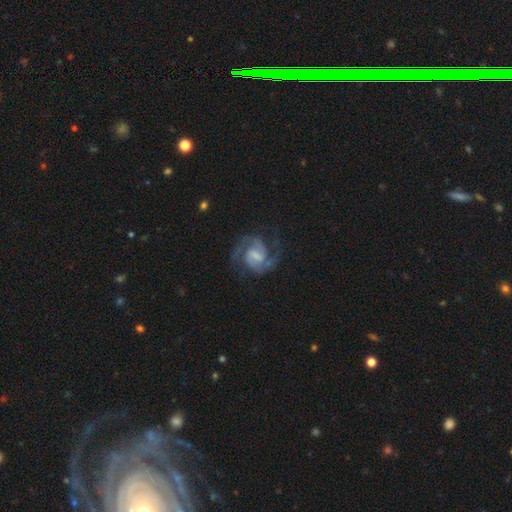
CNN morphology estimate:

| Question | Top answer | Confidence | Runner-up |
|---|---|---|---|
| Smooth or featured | featured or disk | 89% | smooth (6%) |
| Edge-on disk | no | 98% | yes (2%) |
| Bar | weak | 56% | strong (23%) |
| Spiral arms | yes | 98% | no (2%) |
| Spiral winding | medium | 57% | tight (29%) |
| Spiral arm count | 2 | 89% | 3 (4%) |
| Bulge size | none | 34% | small (28%) |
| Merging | none | 71% | minor disturbance (16%) |